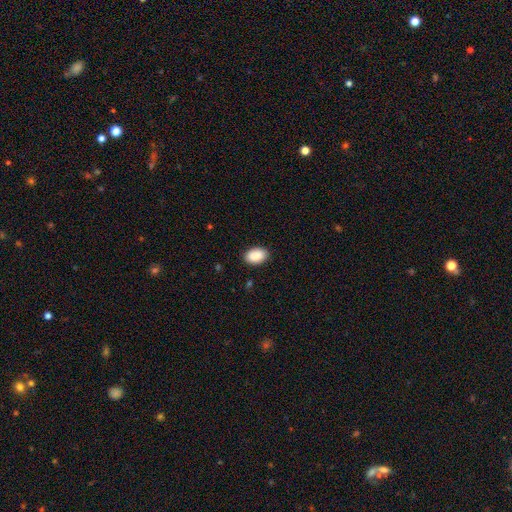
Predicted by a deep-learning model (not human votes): Overall: smooth (91%). How rounded: in between (90%). Merging: none (88%).